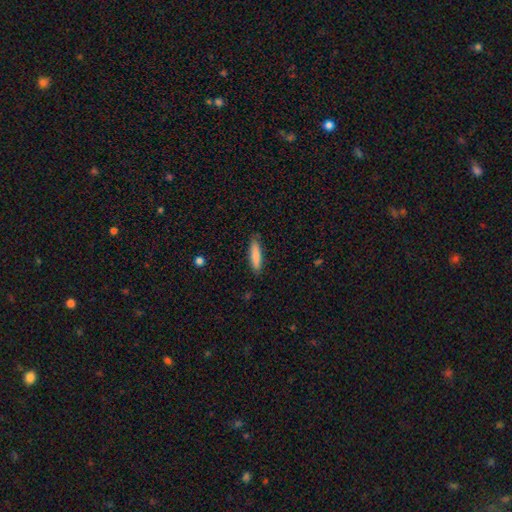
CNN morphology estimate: Overall: smooth (84%). How rounded: cigar-shaped (78%). Merging: none (85%).